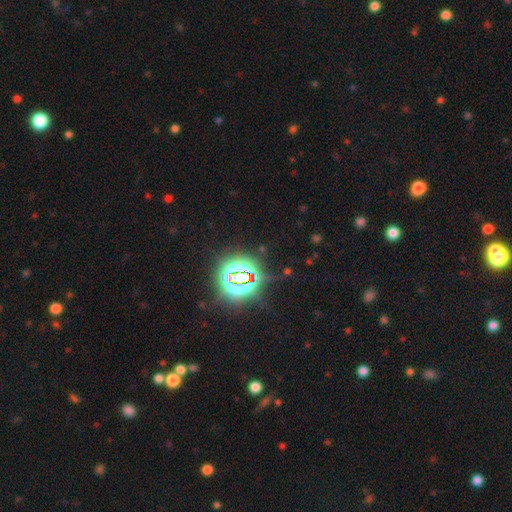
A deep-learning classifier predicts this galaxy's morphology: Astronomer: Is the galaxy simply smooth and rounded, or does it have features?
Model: star or artifact — 83%.